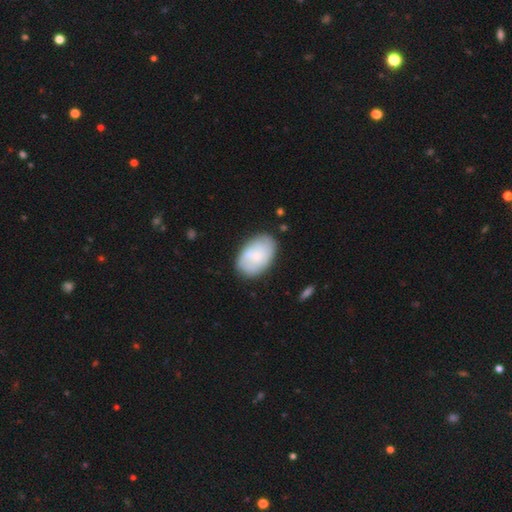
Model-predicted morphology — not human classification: Q: Smooth or featured?
A: smooth (59%); runner-up: featured or disk (34%)
Q: How rounded?
A: in between (89%); runner-up: round (10%)
Q: Merging?
A: none (76%); runner-up: minor disturbance (17%)